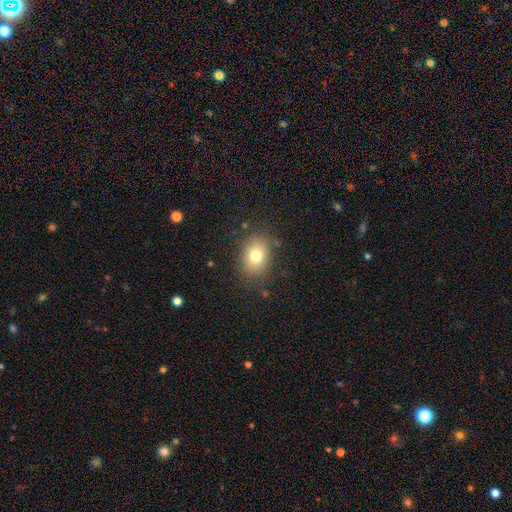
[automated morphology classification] This appears to be a smooth galaxy with no disk features (78%) that is in between round and cigar-shaped (61%). Merging: none (84%).